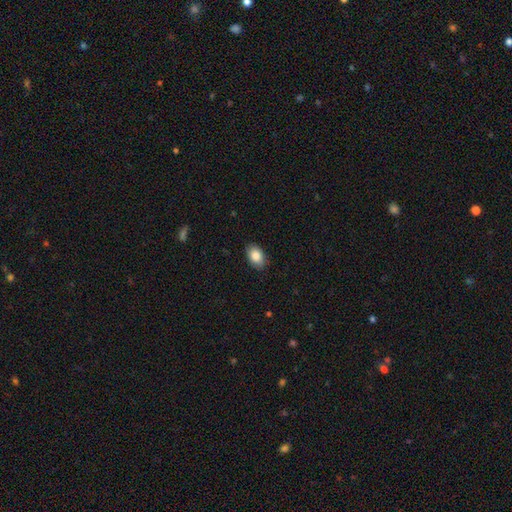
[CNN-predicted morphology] Q: Smooth or featured?
A: smooth (87%); runner-up: star or artifact (7%)
Q: How rounded?
A: in between (89%); runner-up: round (10%)
Q: Merging?
A: none (88%); runner-up: minor disturbance (9%)